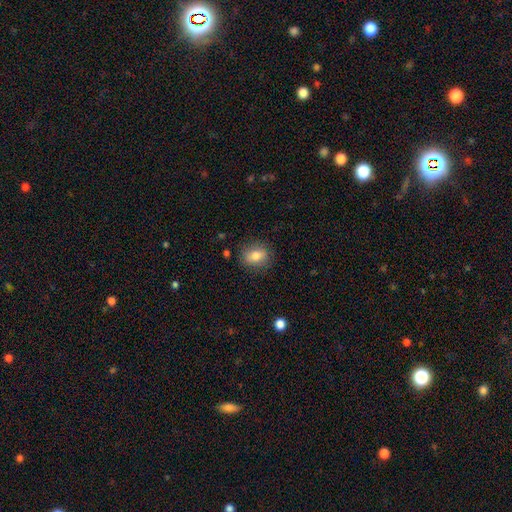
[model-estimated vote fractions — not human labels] A smooth galaxy with no disk features (80%) that is in between round and cigar-shaped (56%). Merging: none (83%).